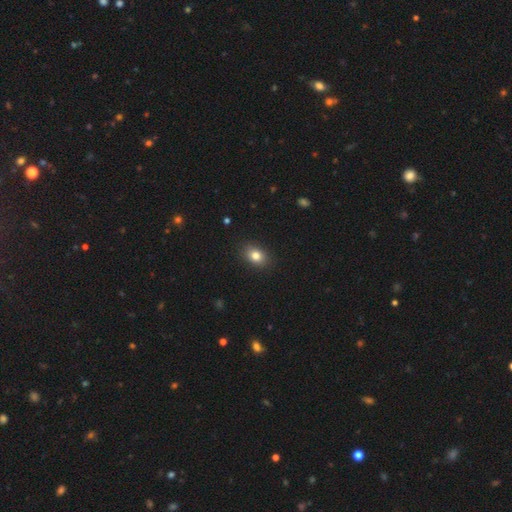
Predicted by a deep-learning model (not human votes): A smooth galaxy with no disk features (81%) that is in between round and cigar-shaped (72%).

Vote fractions:
- Smooth or featured? smooth: 81% / star or artifact: 10% / featured or disk: 9%
- How rounded? in between: 72% / round: 27% / cigar-shaped: 1%
- Merging? none: 89% / minor disturbance: 8% / major disturbance: 2% / merger: 1%